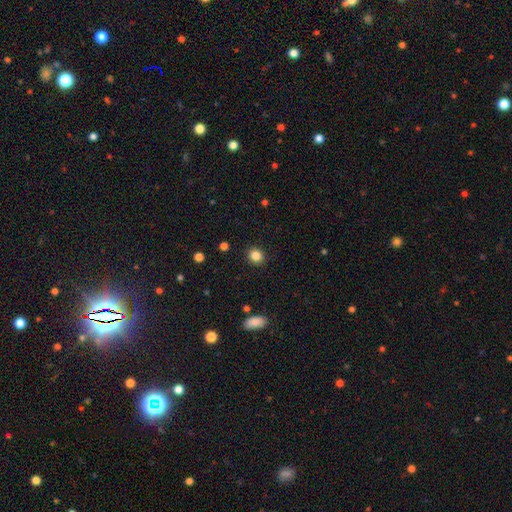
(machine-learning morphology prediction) smooth-or-featured: smooth: 85% | star or artifact: 11% | featured or disk: 4%
  how-rounded: round: 77% | in between: 22% | cigar-shaped: 1%
  merging: none: 91% | minor disturbance: 6% | major disturbance: 2% | merger: 1%